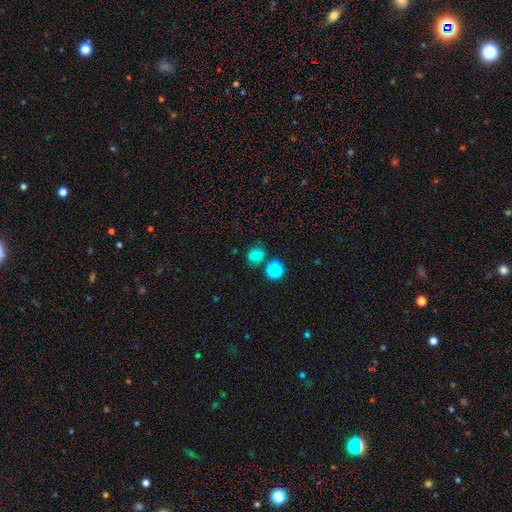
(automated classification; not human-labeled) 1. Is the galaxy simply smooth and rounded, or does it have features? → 79% smooth, 15% star or artifact, 6% featured or disk.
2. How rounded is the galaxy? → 70% round, 29% in between, 1% cigar-shaped.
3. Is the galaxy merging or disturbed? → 68% none, 15% merger, 14% minor disturbance, 4% major disturbance.